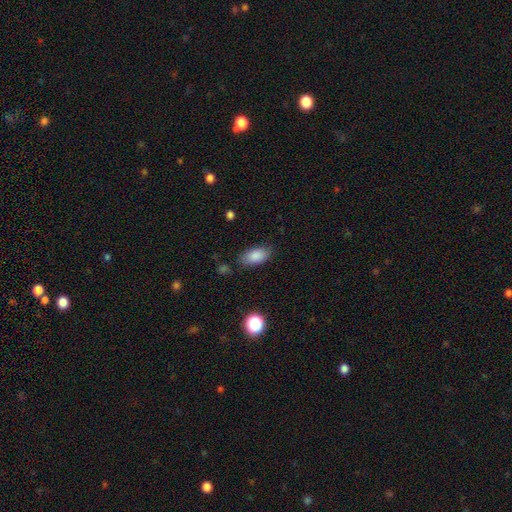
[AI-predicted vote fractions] Overall: smooth (85%). How rounded: in between (91%). Merging: none (78%).